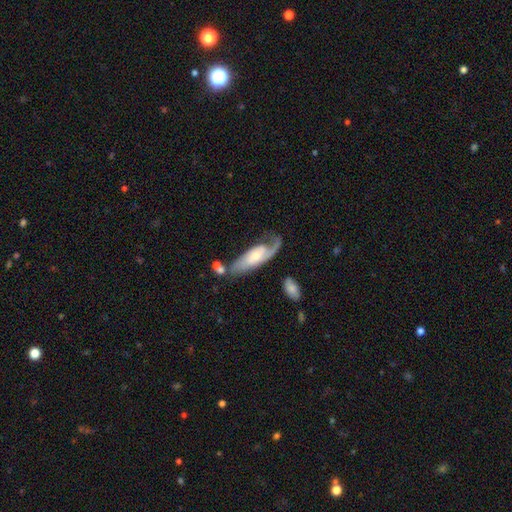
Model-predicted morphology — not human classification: Smooth or featured? featured or disk (74%)
Edge-on disk? no (87%)
Bar? no (65%)
Spiral arms? yes (90%)
Spiral winding? medium (40%)
Spiral arm count? 2 (45%)
Bulge size? moderate (46%, tied with small)
Merging? none (48%)